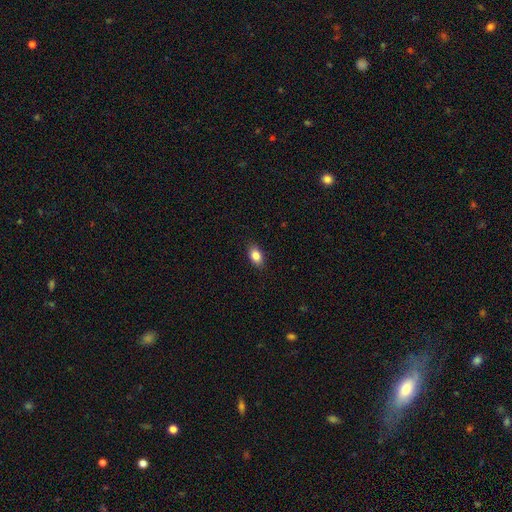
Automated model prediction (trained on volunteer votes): smooth_or_featured: smooth (p=0.86) [alt: star or artifact p=0.08]
how_rounded: in between (p=0.87) [alt: round p=0.10]
merging: none (p=0.88) [alt: minor disturbance p=0.09]